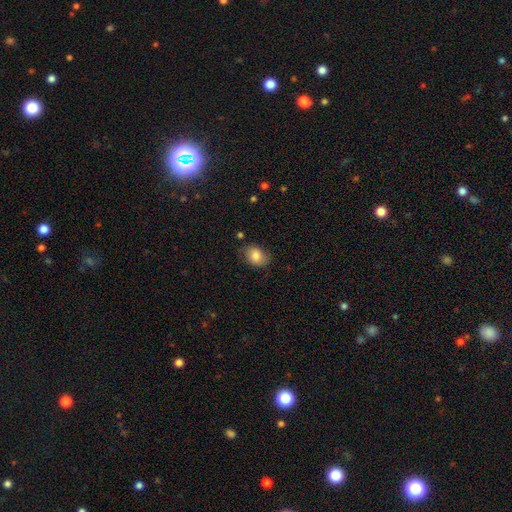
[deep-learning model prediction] Smooth or featured?
  - smooth: 80% *
  - featured or disk: 12%
  - star or artifact: 8%
How rounded?
  - in between: 67% *
  - round: 32%
  - cigar-shaped: 1%
Merging?
  - none: 75% *
  - minor disturbance: 19%
  - major disturbance: 4%
  - merger: 2%